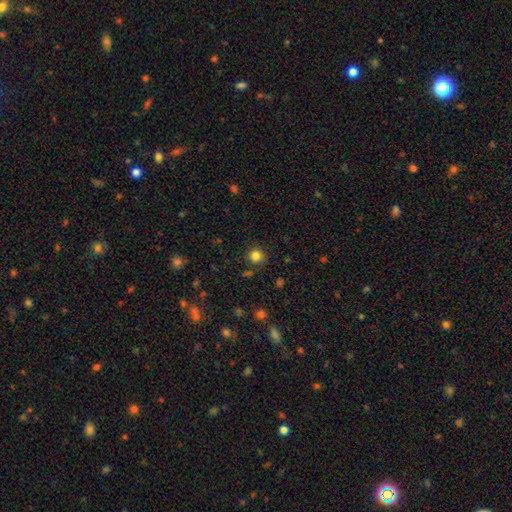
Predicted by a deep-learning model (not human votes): This is clearly a smooth galaxy (83%). How rounded: clearly round (92%). Merging: clearly none (87%).